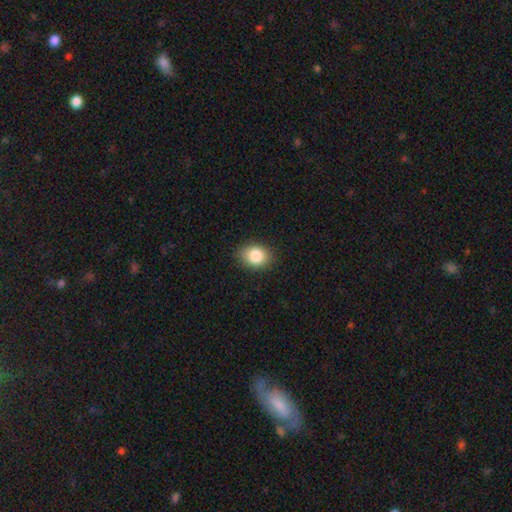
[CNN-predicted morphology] This is clearly a smooth galaxy (85%). How rounded: likely in between (60%). Merging: clearly none (87%).